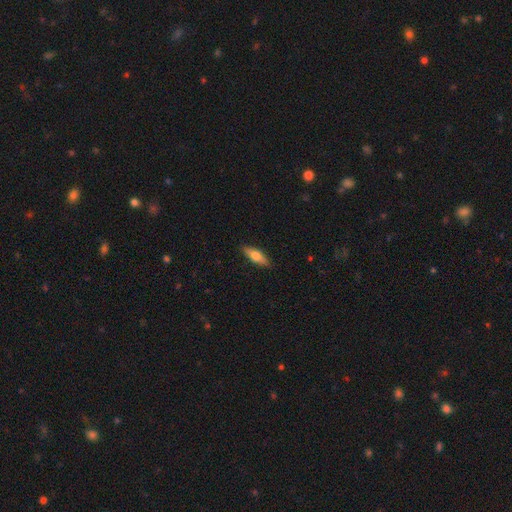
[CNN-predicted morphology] A smooth galaxy with no disk features (61%) that is in between round and cigar-shaped (53%).

Vote fractions:
- Smooth or featured? smooth: 61% / featured or disk: 33% / star or artifact: 6%
- How rounded? in between: 53% / cigar-shaped: 44% / round: 3%
- Merging? none: 87% / minor disturbance: 10% / major disturbance: 2% / merger: 1%